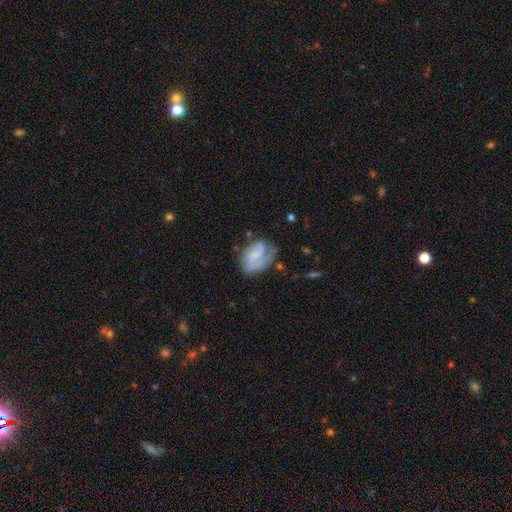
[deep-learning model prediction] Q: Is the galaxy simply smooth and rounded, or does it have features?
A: featured or disk — 68%.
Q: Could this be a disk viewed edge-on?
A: no — 97%.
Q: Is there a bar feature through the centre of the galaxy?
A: no — 56%.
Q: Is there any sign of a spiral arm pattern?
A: yes — 89%.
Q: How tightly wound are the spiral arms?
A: medium — 43%.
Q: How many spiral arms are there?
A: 2 — 49%.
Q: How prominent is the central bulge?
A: small — 50%.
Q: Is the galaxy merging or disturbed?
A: none — 53%.